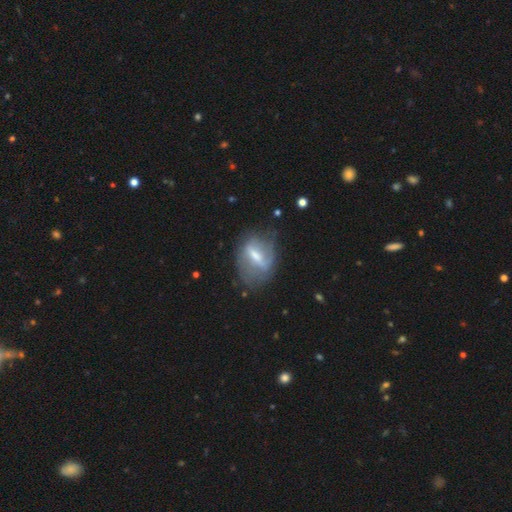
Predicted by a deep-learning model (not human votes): This is likely a featured or disk galaxy (62%). It is clearly not viewed edge-on (90%). Bar: possibly strong (48%). Spiral arm pattern: possibly yes (51%). Central bulge: possibly moderate (48%). Merging: possibly none (55%).